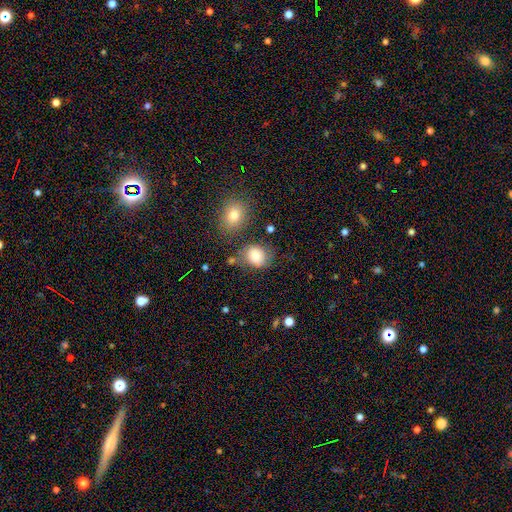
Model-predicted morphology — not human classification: type=smooth (77%); roundness=round (60%); merging=none (64%).